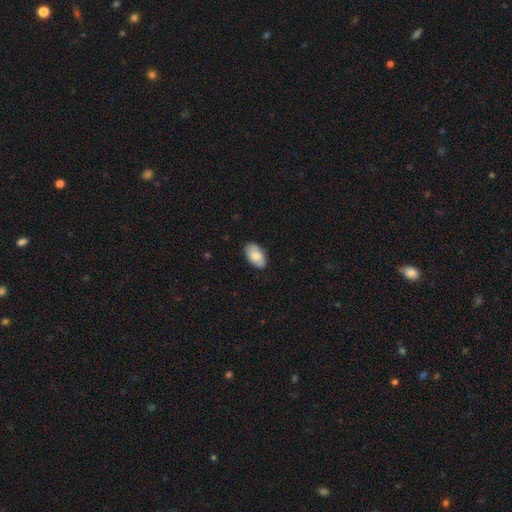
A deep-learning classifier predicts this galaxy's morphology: smooth-or-featured: smooth: 82% | featured or disk: 12% | star or artifact: 6%
  how-rounded: in between: 95% | round: 4% | cigar-shaped: 1%
  merging: none: 85% | minor disturbance: 12% | major disturbance: 2% | merger: 1%